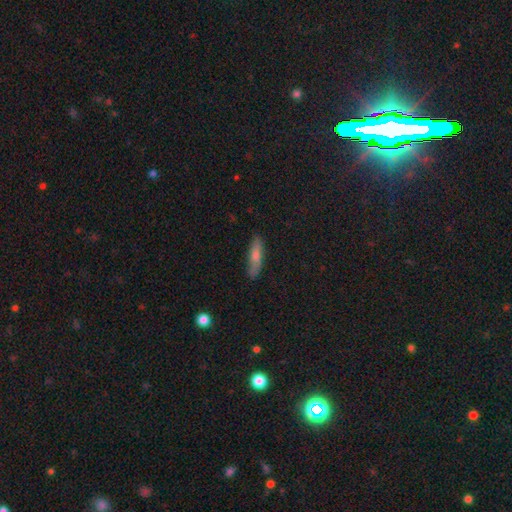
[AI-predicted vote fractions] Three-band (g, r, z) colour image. It shows a smooth galaxy with no disk features (73%) that is cigar-shaped (65%). Merging: none (80%).